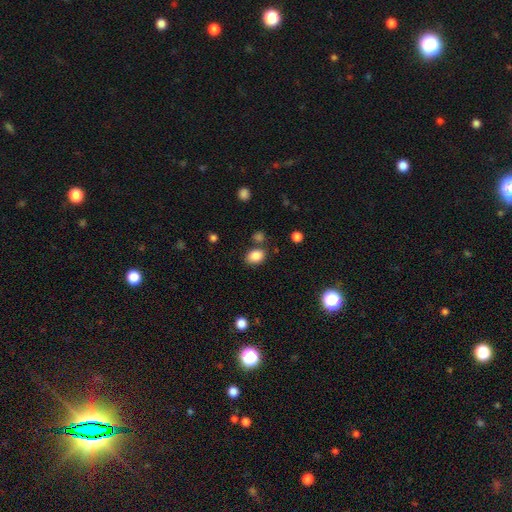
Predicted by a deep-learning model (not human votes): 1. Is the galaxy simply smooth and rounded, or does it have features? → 85% smooth, 9% star or artifact, 5% featured or disk.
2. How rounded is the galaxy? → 72% in between, 27% round, 1% cigar-shaped.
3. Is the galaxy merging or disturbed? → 74% none, 13% minor disturbance, 8% merger, 4% major disturbance.